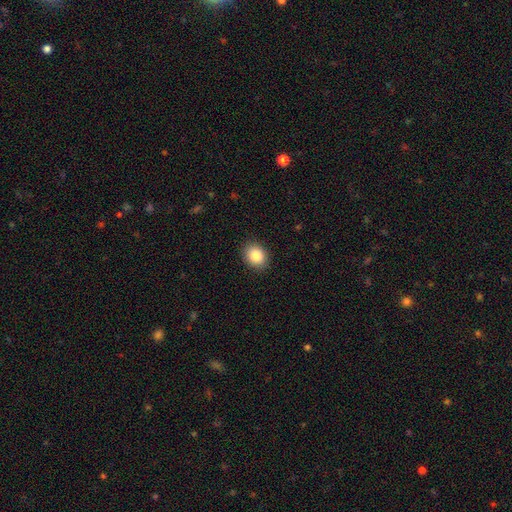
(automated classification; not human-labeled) Morphology: type=smooth (86%); roundness=round (52%); merging=none (90%).